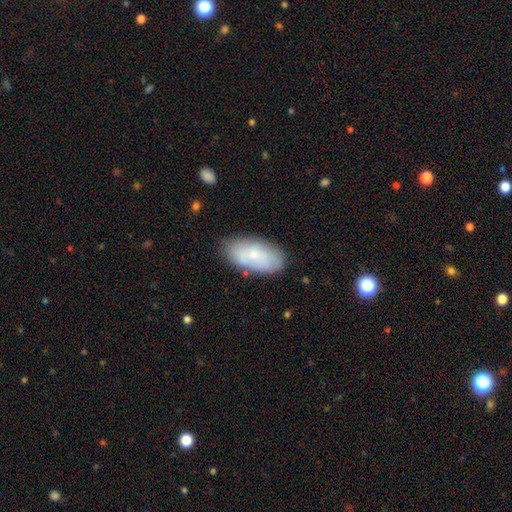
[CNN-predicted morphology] Smooth or featured: smooth — 66% (featured or disk — 27%)
How rounded: in between — 94% (round — 3%)
Merging: none — 73% (minor disturbance — 19%)